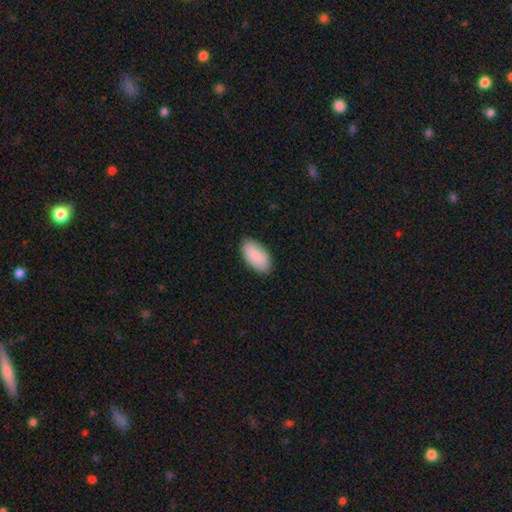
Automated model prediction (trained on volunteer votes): smooth-or-featured: smooth: 89% | featured or disk: 6% | star or artifact: 6%
  how-rounded: in between: 95% | cigar-shaped: 3% | round: 2%
  merging: none: 86% | minor disturbance: 11% | major disturbance: 2% | merger: 1%